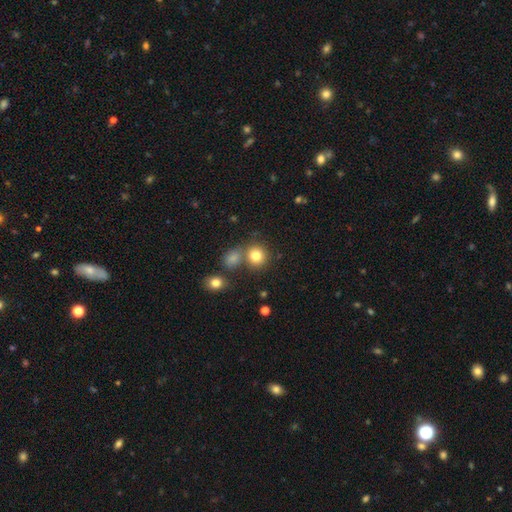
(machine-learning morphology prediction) Smooth or featured: smooth — 81% (star or artifact — 12%)
How rounded: round — 87% (in between — 12%)
Merging: none — 69% (merger — 19%)